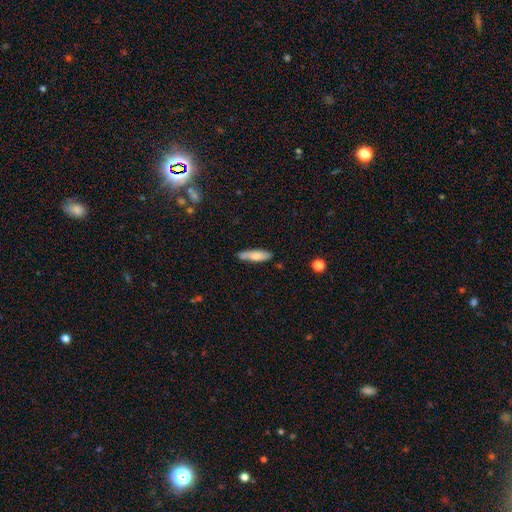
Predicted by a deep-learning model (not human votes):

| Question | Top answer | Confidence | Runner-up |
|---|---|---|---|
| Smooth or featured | smooth | 76% | featured or disk (18%) |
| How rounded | cigar-shaped | 63% | in between (35%) |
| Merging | none | 78% | minor disturbance (17%) |